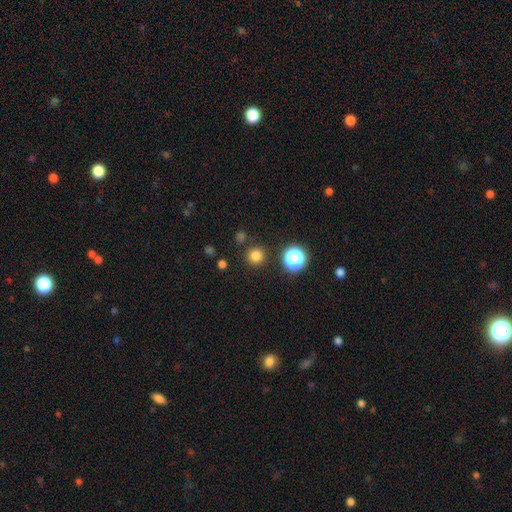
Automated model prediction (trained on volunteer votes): Smooth or featured: smooth — 78% (star or artifact — 18%)
How rounded: round — 95% (in between — 4%)
Merging: none — 88% (minor disturbance — 6%)